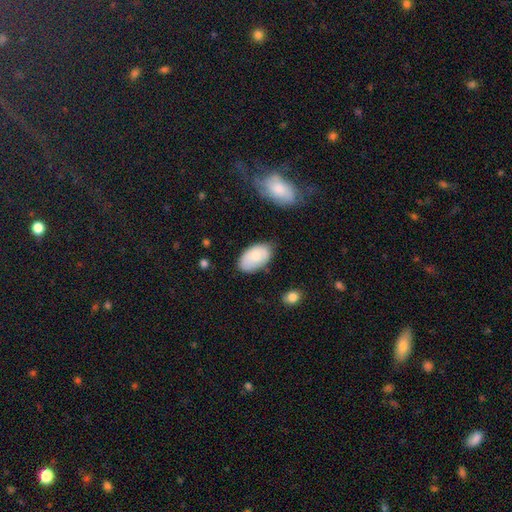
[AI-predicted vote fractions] Smooth or featured: smooth — 71% (featured or disk — 22%)
How rounded: in between — 94% (round — 5%)
Merging: none — 69% (minor disturbance — 23%)